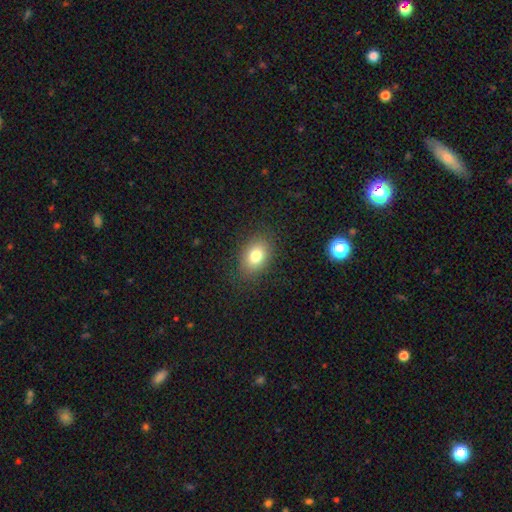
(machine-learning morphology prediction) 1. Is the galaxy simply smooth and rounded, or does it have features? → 79% smooth, 11% featured or disk, 10% star or artifact.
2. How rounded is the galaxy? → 75% in between, 23% round, 1% cigar-shaped.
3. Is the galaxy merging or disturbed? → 85% none, 10% minor disturbance, 4% major disturbance, 1% merger.